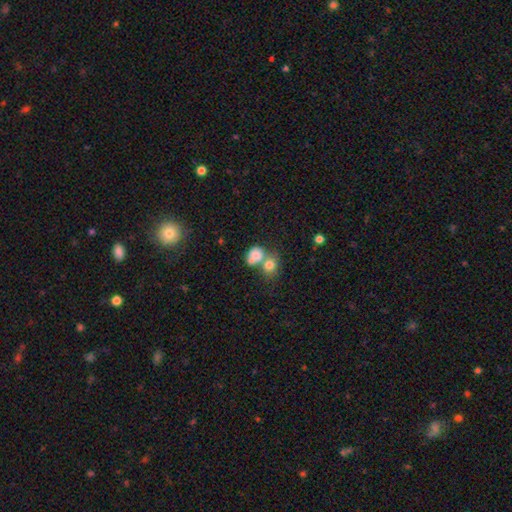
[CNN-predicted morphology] Q: Smooth or featured?
A: smooth (76%); runner-up: featured or disk (13%)
Q: How rounded?
A: round (62%); runner-up: in between (37%)
Q: Merging?
A: merger (58%); runner-up: none (28%)